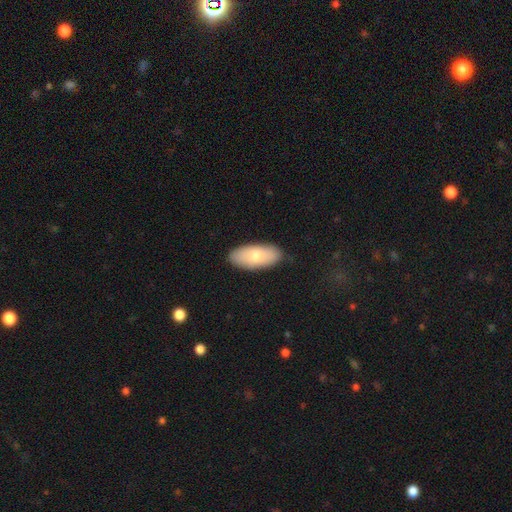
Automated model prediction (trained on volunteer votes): Smooth or featured? Predicted: smooth (p=0.76). How rounded? Predicted: in between (p=0.89). Merging? Predicted: none (p=0.86).